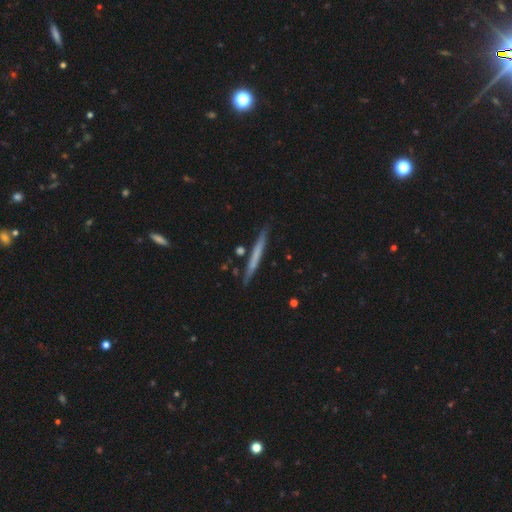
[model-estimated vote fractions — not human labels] A smooth galaxy with no disk features (53%) that is cigar-shaped (97%).

Vote fractions:
- Smooth or featured? smooth: 53% / featured or disk: 42% / star or artifact: 6%
- How rounded? cigar-shaped: 97% / in between: 2% / round: 1%
- Merging? none: 88% / minor disturbance: 8% / merger: 2% / major disturbance: 2%